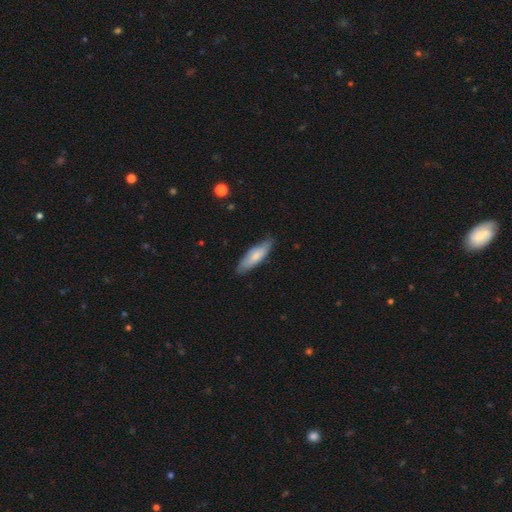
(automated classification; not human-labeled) A smooth galaxy with no disk features (73%) that is cigar-shaped (51%). Merging: none (79%).